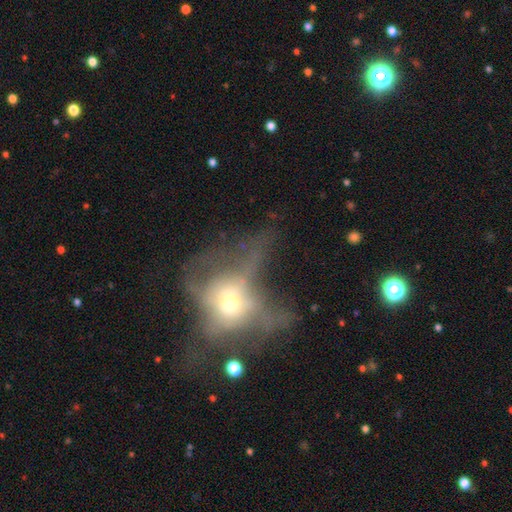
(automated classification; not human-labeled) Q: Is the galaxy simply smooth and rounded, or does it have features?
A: featured or disk — 52%.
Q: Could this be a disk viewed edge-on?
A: no — 79%.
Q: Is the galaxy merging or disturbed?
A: major disturbance — 51%.